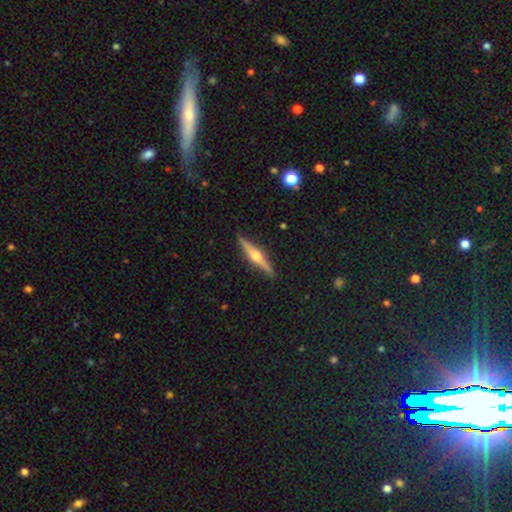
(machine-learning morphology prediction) A featured or disk galaxy (77%) viewed edge-on (98%) with a rounded central bulge (95%). Merging: none (91%).